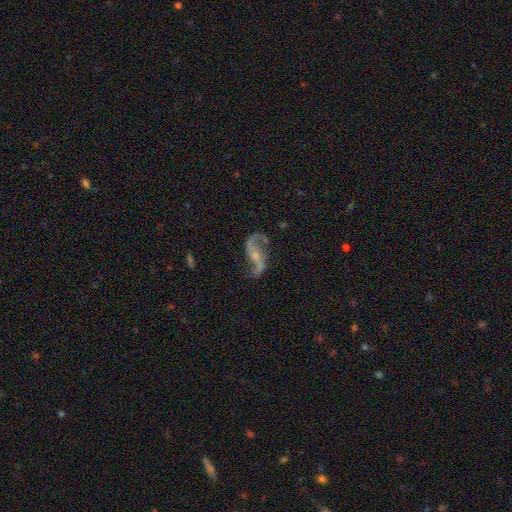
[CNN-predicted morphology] Smooth or featured? Predicted: featured or disk (p=0.89). Edge-on disk? Predicted: no (p=0.97). Bar? Predicted: no (p=0.47). Spiral arms? Predicted: yes (p=0.95). Spiral winding? Predicted: loose (p=0.75). Spiral arm count? Predicted: 2 (p=0.92). Bulge size? Predicted: small (p=0.60). Merging? Predicted: none (p=0.67).